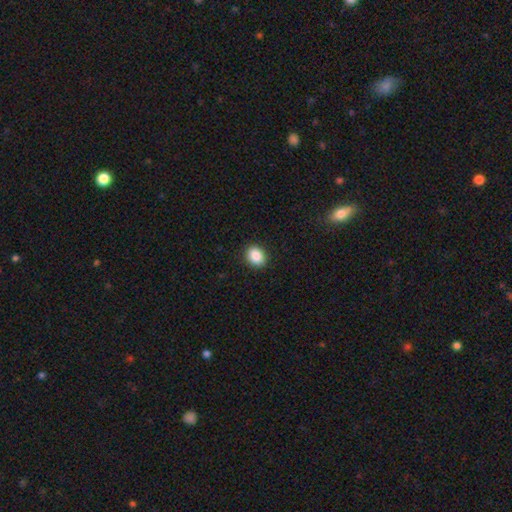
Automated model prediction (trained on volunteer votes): Q: Smooth or featured?
A: smooth (87%); runner-up: star or artifact (9%)
Q: How rounded?
A: round (56%); runner-up: in between (43%)
Q: Merging?
A: none (91%); runner-up: minor disturbance (6%)